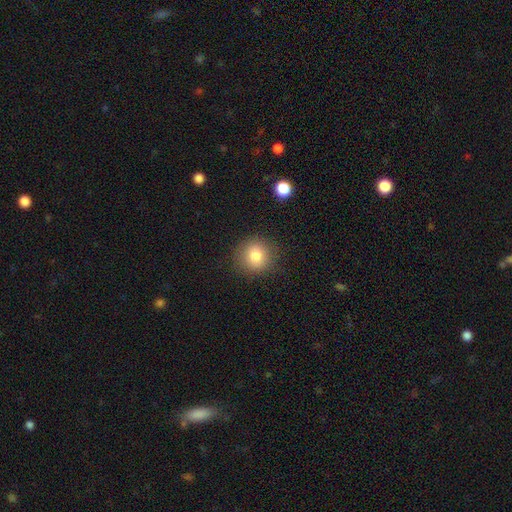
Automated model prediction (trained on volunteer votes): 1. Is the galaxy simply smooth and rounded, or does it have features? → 80% smooth, 11% star or artifact, 9% featured or disk.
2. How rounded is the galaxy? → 90% round, 9% in between, 1% cigar-shaped.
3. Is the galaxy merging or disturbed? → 88% none, 8% minor disturbance, 3% major disturbance, 1% merger.